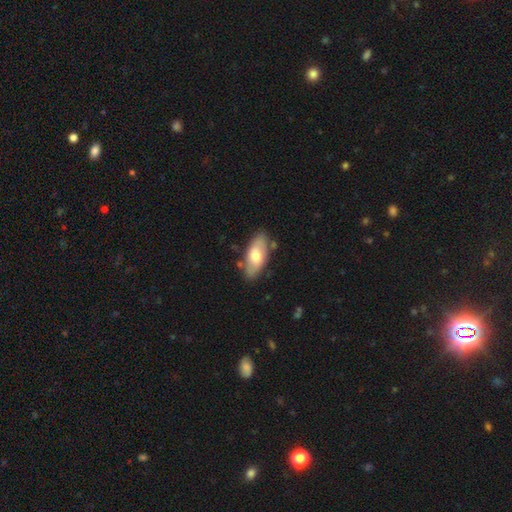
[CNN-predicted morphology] Q: Smooth or featured?
A: smooth (63%); runner-up: featured or disk (32%)
Q: How rounded?
A: in between (87%); runner-up: cigar-shaped (10%)
Q: Merging?
A: none (76%); runner-up: minor disturbance (16%)